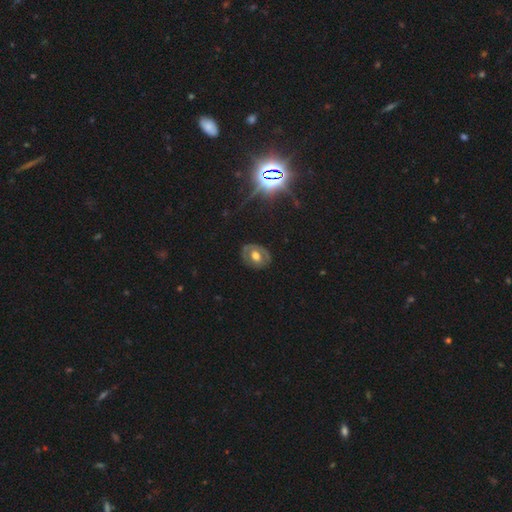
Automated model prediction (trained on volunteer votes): Morphology: type=featured or disk (49%); merging=none (79%).